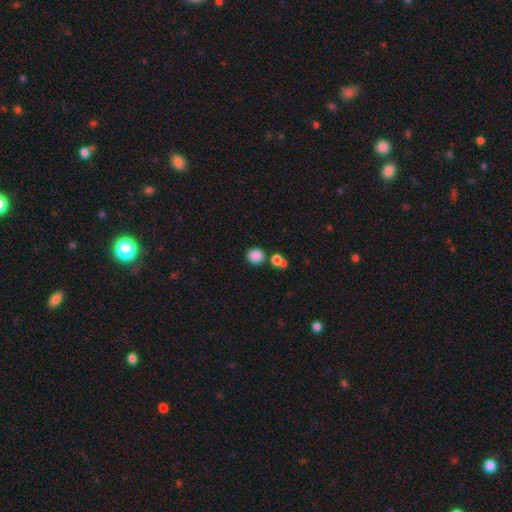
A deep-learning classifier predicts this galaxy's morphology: Smooth or featured: smooth — 86% (star or artifact — 10%)
How rounded: round — 75% (in between — 24%)
Merging: none — 73% (merger — 14%)